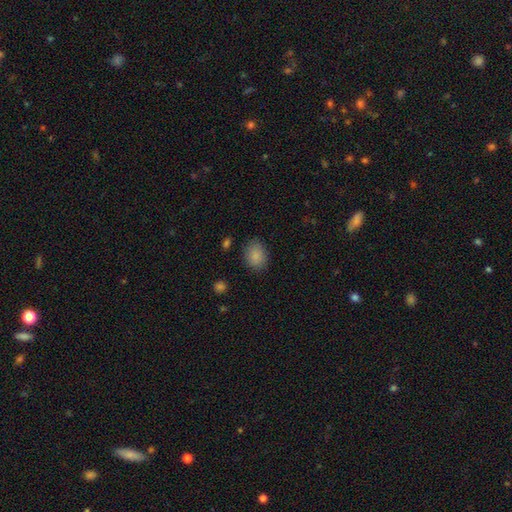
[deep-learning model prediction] Smooth or featured: smooth — 86% (star or artifact — 9%)
How rounded: in between — 62% (round — 37%)
Merging: none — 82% (minor disturbance — 13%)